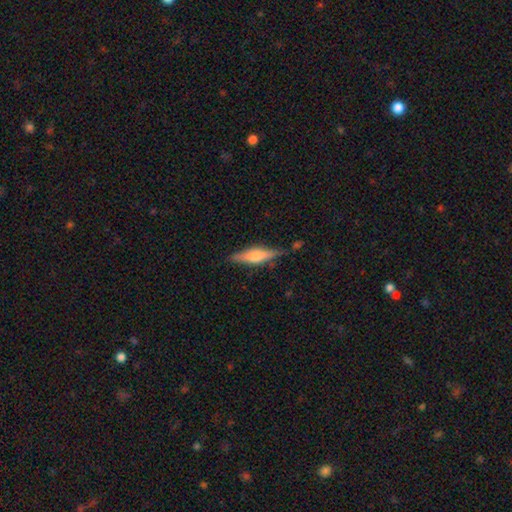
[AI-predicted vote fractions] A featured or disk galaxy (53%) viewed edge-on (94%) with a rounded central bulge (83%).

Vote fractions:
- Smooth or featured? featured or disk: 53% / smooth: 40% / star or artifact: 6%
- Edge-on disk? yes: 94% / no: 6%
- Edge-on bulge? rounded: 83% / boxy: 12% / none: 5%
- Merging? none: 79% / minor disturbance: 14% / major disturbance: 3% / merger: 3%